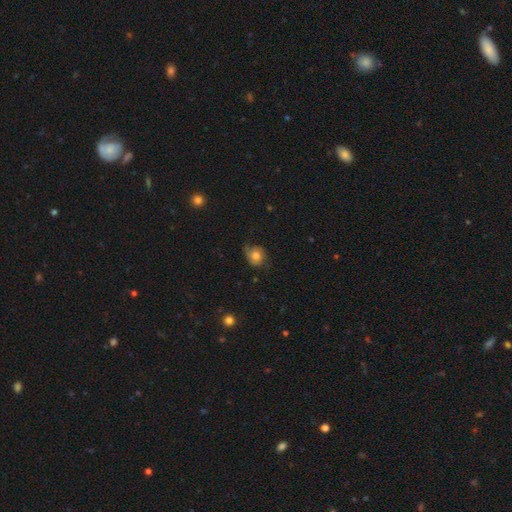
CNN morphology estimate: smooth_or_featured: smooth (p=0.70) [alt: featured or disk p=0.20]
how_rounded: round (p=0.73) [alt: in between p=0.26]
merging: none (p=0.55) [alt: minor disturbance p=0.31]